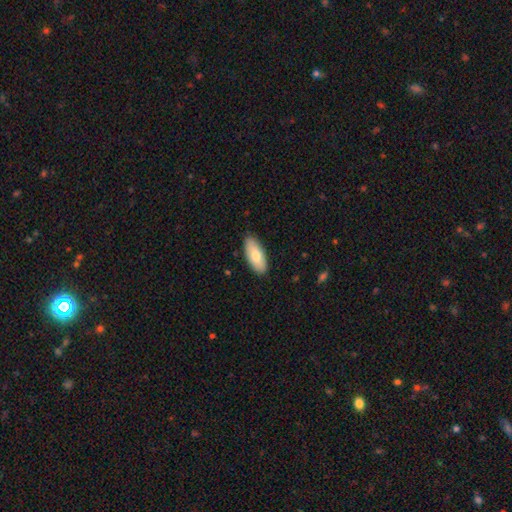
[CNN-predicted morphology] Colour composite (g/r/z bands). It shows a smooth galaxy with no disk features (76%) that is in between round and cigar-shaped (85%). Merging: none (88%).